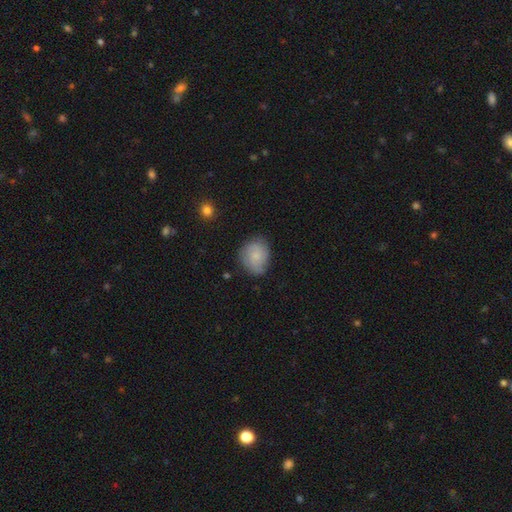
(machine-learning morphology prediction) Smooth or featured: smooth — 72% (featured or disk — 21%)
How rounded: round — 56% (in between — 43%)
Merging: none — 67% (minor disturbance — 26%)